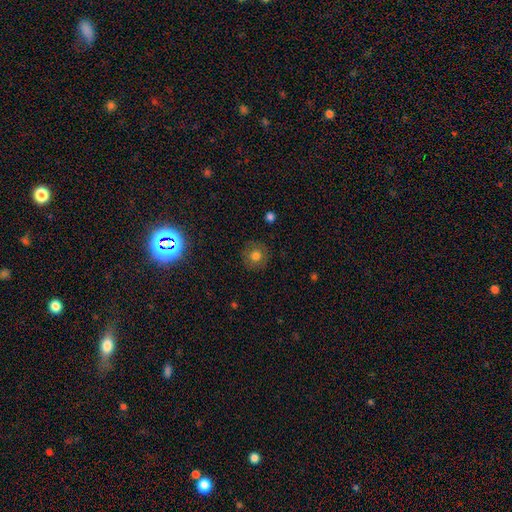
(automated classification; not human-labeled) The model was most divided on "smooth or featured": smooth: 74%, featured or disk: 13%, star or artifact: 13%. More confident: how rounded — round (92%); merging — none (86%).